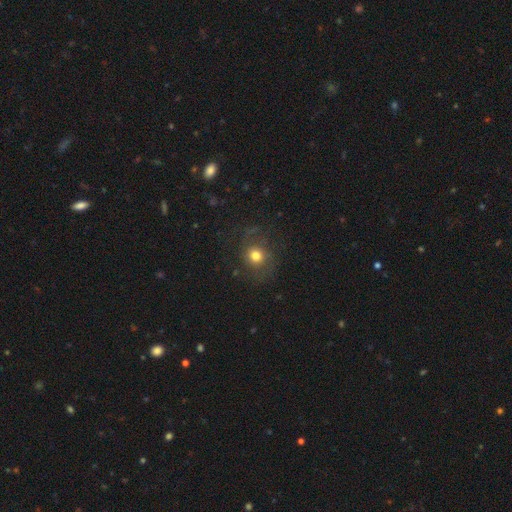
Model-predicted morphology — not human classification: A smooth galaxy with no disk features (69%) that is round (81%).

Vote fractions:
- Smooth or featured? smooth: 69% / featured or disk: 16% / star or artifact: 14%
- How rounded? round: 81% / in between: 18% / cigar-shaped: 1%
- Merging? none: 71% / minor disturbance: 15% / major disturbance: 12% / merger: 2%